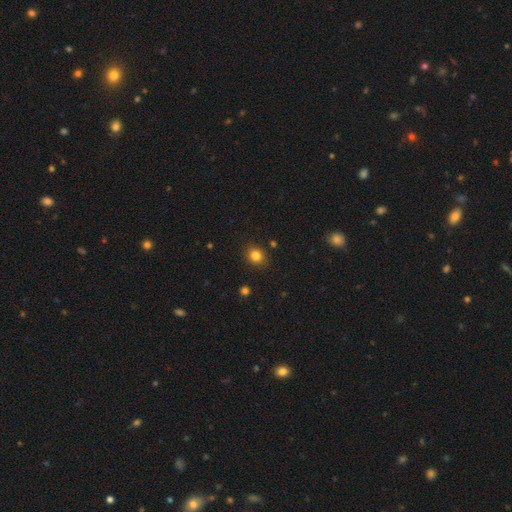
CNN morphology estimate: smooth-or-featured: smooth: 82% | star or artifact: 12% | featured or disk: 6%
  how-rounded: round: 74% | in between: 25% | cigar-shaped: 1%
  merging: none: 88% | minor disturbance: 8% | major disturbance: 2% | merger: 2%